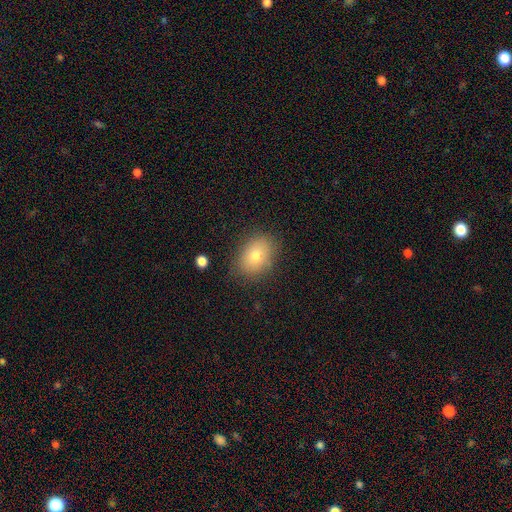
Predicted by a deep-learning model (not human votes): Morphology: type=smooth (76%); roundness=in between (69%); merging=none (83%).